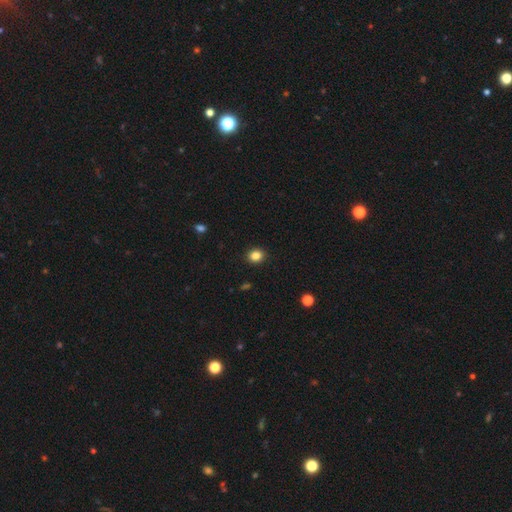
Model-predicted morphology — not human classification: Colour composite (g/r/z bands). It shows a smooth galaxy with no disk features (85%) that is round (67%). Merging: none (91%).